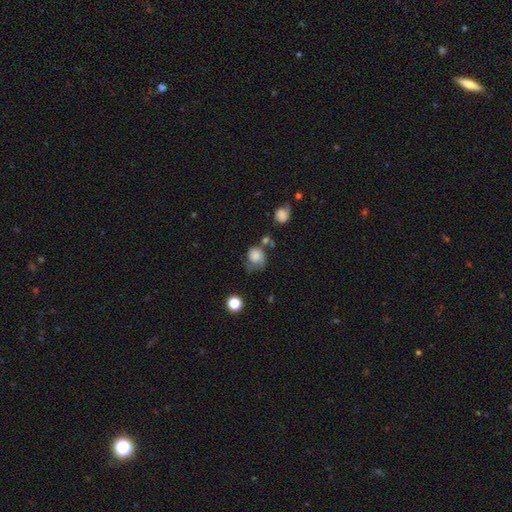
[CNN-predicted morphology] The model was most divided on "merging": none: 35%, minor disturbance: 32%, major disturbance: 24%, merger: 10%. More confident: smooth or featured — smooth (78%); how rounded — round (70%).